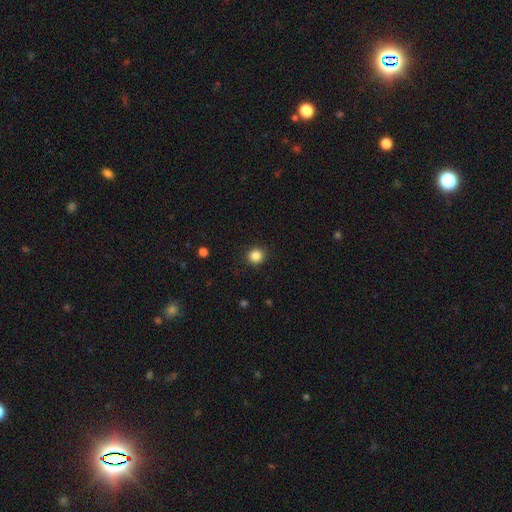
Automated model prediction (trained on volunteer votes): Smooth or featured? smooth (85%)
How rounded? round (92%)
Merging? none (91%)